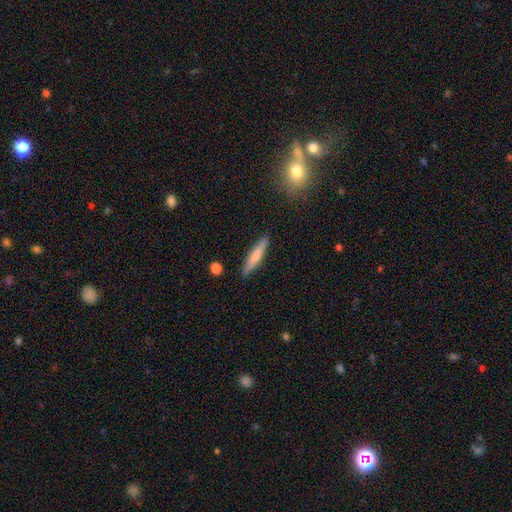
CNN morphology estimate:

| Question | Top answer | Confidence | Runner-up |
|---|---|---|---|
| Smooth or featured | smooth | 68% | featured or disk (26%) |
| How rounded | cigar-shaped | 90% | in between (8%) |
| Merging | none | 88% | minor disturbance (8%) |